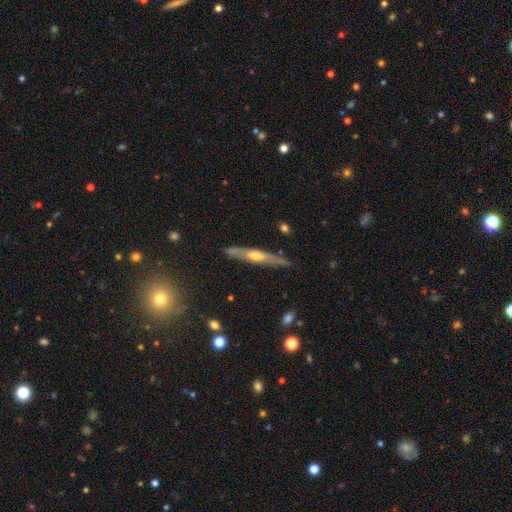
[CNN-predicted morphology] This is likely a featured or disk galaxy (66%). It is clearly viewed edge-on (89%). Edge-on bulge: likely rounded (74%). Merging: clearly none (81%).